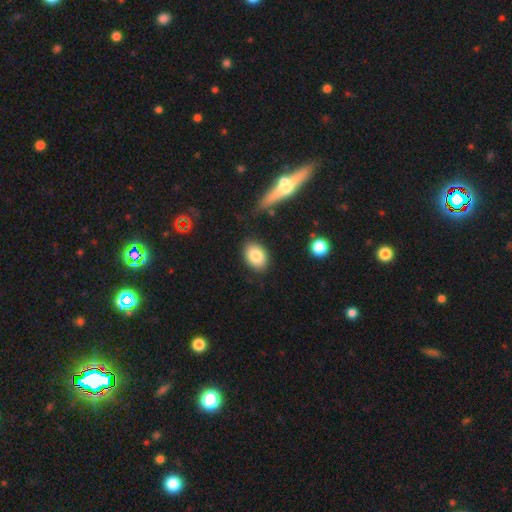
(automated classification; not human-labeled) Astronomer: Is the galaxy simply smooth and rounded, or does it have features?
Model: smooth — 82%.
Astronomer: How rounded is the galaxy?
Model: in between — 79%.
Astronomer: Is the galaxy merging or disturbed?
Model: none — 85%.